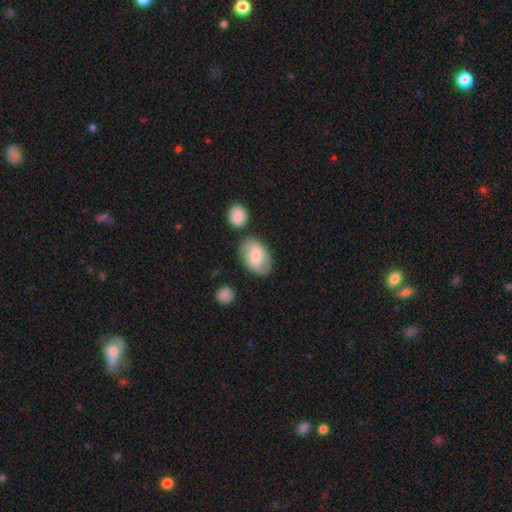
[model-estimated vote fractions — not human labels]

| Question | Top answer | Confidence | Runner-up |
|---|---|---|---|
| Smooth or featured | smooth | 68% | featured or disk (26%) |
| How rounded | in between | 87% | round (11%) |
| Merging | none | 72% | minor disturbance (15%) |